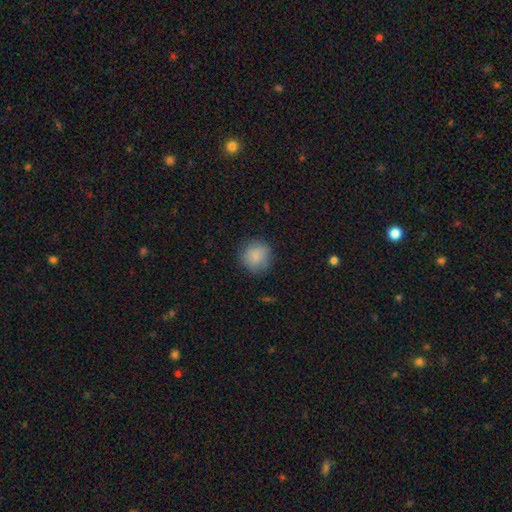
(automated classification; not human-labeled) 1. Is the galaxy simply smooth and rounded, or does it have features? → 87% smooth, 8% star or artifact, 5% featured or disk.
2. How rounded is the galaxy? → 93% round, 6% in between, 1% cigar-shaped.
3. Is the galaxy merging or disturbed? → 85% none, 11% minor disturbance, 3% major disturbance, 1% merger.